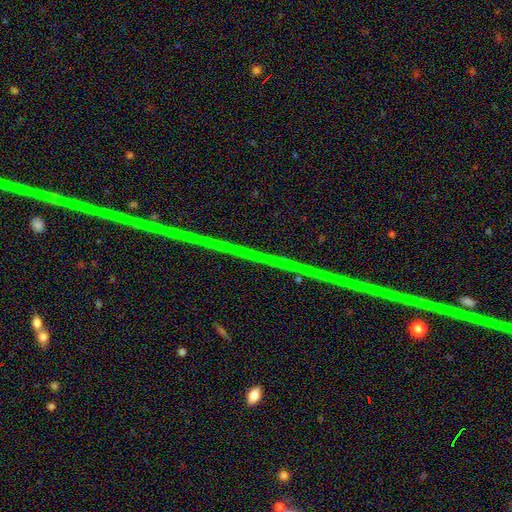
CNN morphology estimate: The model was most divided on "smooth or featured": star or artifact: 79%, featured or disk: 14%, smooth: 7%.